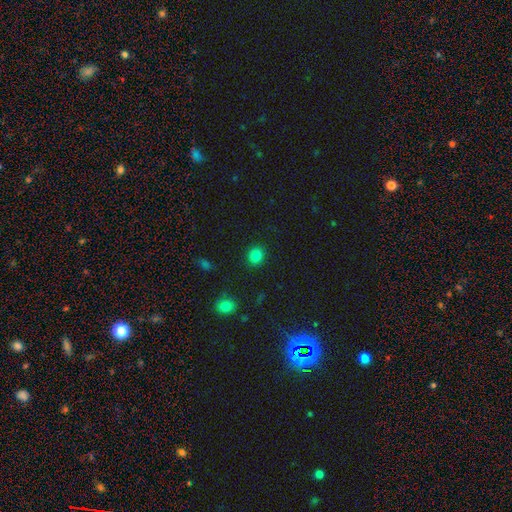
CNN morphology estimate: smooth 84%, star or artifact 12%, featured or disk 4%. Down the decision tree: how rounded — round (71%); merging — none (89%).